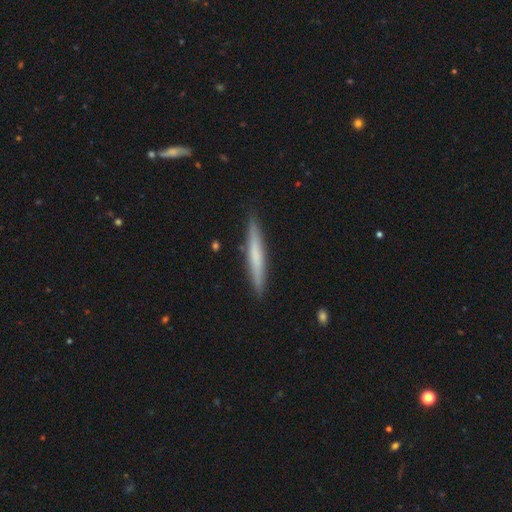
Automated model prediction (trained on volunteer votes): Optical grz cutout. It shows a smooth galaxy with no disk features (55%) that is cigar-shaped (96%). Merging: none (90%).